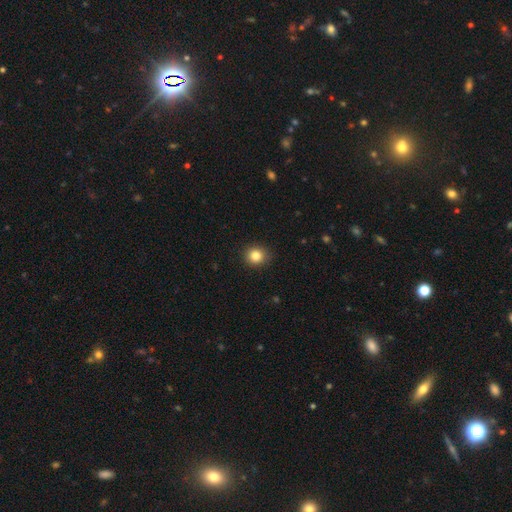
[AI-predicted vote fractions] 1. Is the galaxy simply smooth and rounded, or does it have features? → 84% smooth, 11% star or artifact, 5% featured or disk.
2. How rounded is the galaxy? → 87% round, 12% in between, 1% cigar-shaped.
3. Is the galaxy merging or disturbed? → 91% none, 7% minor disturbance, 2% major disturbance, 1% merger.